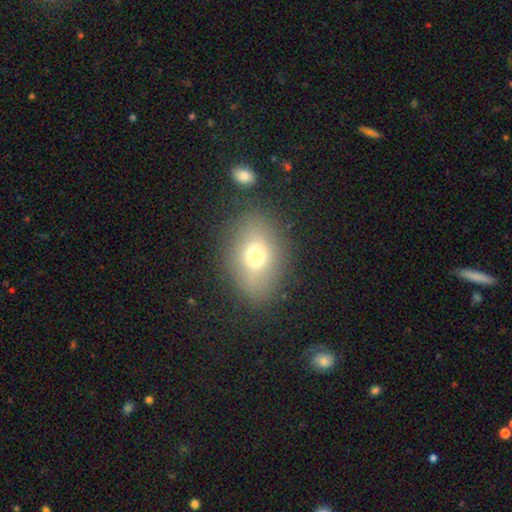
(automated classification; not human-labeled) Morphology: type=smooth (69%); roundness=in between (68%); merging=none (78%).